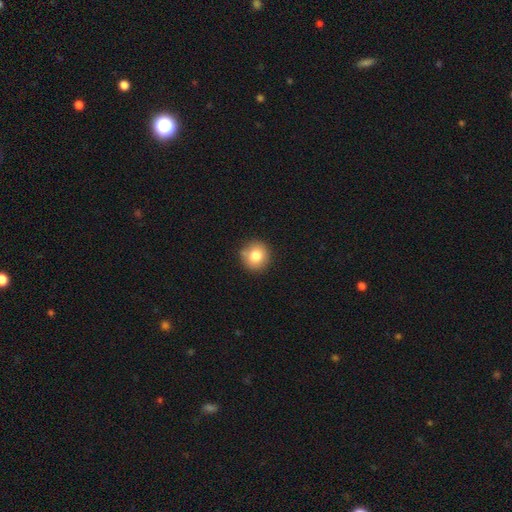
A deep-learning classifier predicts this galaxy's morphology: Smooth or featured?
  - smooth: 80% *
  - star or artifact: 10%
  - featured or disk: 9%
How rounded?
  - round: 92% *
  - in between: 7%
  - cigar-shaped: 1%
Merging?
  - none: 82% *
  - minor disturbance: 12%
  - merger: 3%
  - major disturbance: 3%